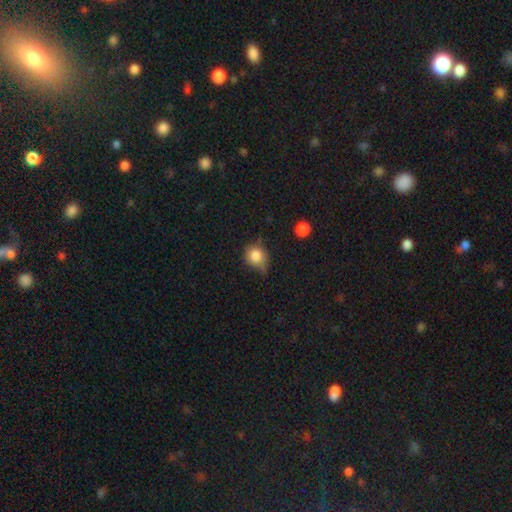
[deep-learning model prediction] This appears to be a smooth galaxy with no disk features (81%) that is round (70%). Merging: none (43%).